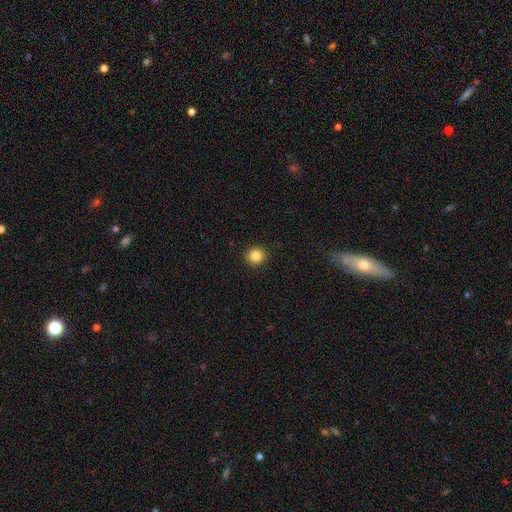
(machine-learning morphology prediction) smooth_or_featured: smooth (p=0.84) [alt: star or artifact p=0.11]
how_rounded: round (p=0.90) [alt: in between p=0.09]
merging: none (p=0.92) [alt: minor disturbance p=0.05]